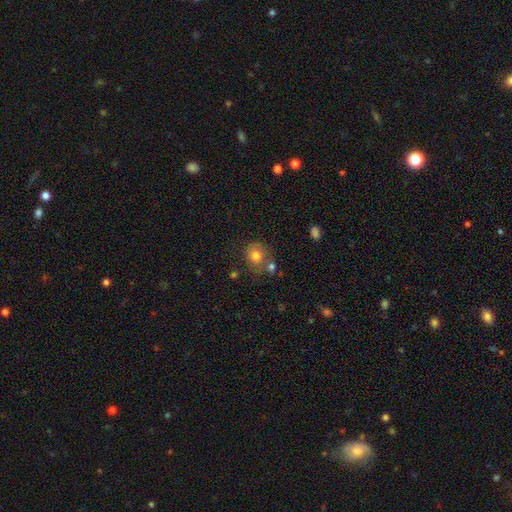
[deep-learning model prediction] This appears to be a smooth galaxy with no disk features (74%) that is round (79%). Merging: none (54%).